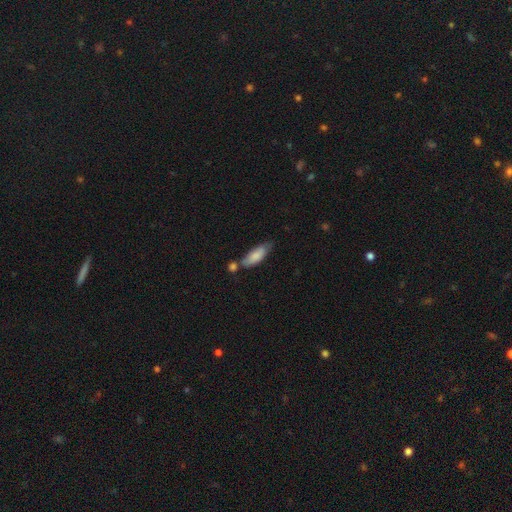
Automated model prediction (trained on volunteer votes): Smooth or featured?
  - smooth: 81% *
  - featured or disk: 13%
  - star or artifact: 6%
How rounded?
  - in between: 65% *
  - cigar-shaped: 33%
  - round: 2%
Merging?
  - none: 51% *
  - merger: 22%
  - minor disturbance: 21%
  - major disturbance: 6%